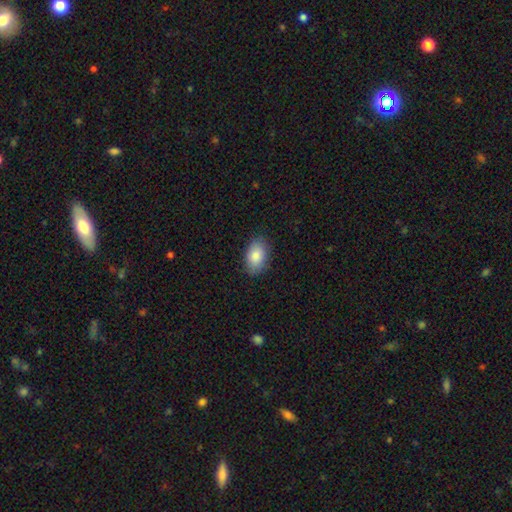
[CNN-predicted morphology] This appears to be a smooth galaxy with no disk features (84%) that is in between round and cigar-shaped (89%). Merging: none (86%).